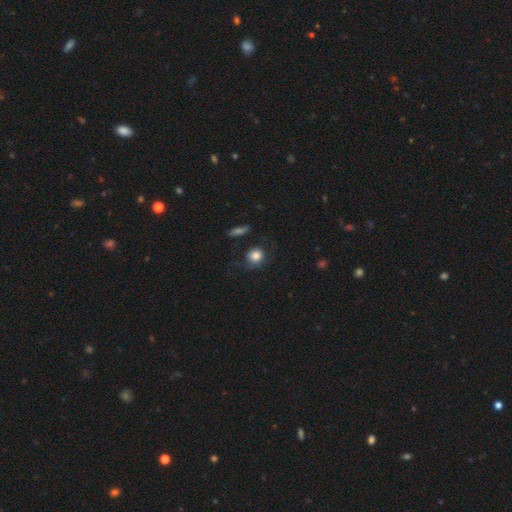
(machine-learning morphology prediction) Smooth or featured? Predicted: smooth (p=0.83). How rounded? Predicted: round (p=0.82). Merging? Predicted: none (p=0.65).